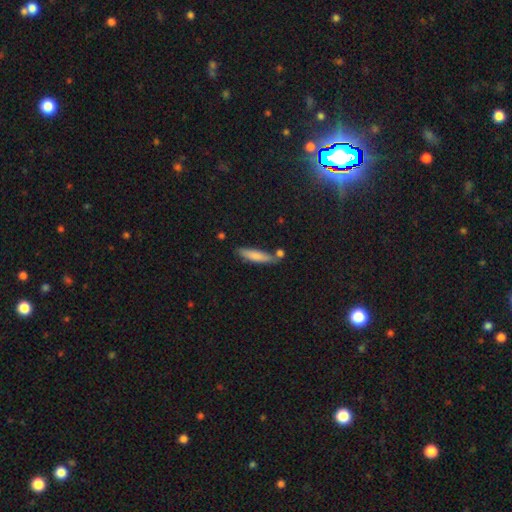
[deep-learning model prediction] This is likely a smooth galaxy (77%). How rounded: likely cigar-shaped (77%). Merging: likely none (69%).